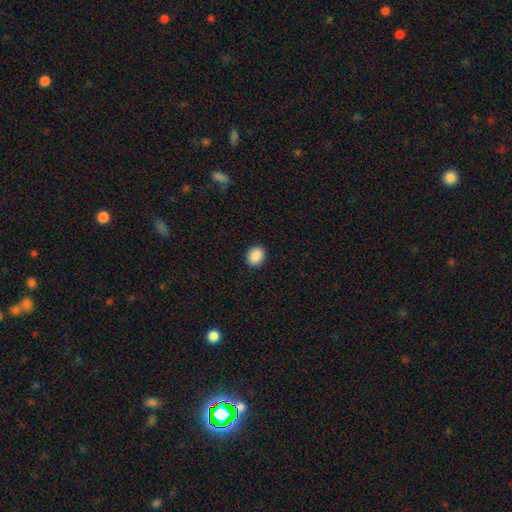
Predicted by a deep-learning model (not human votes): smooth 89%, star or artifact 8%, featured or disk 2%. Down the decision tree: how rounded — round (61%); merging — none (91%).